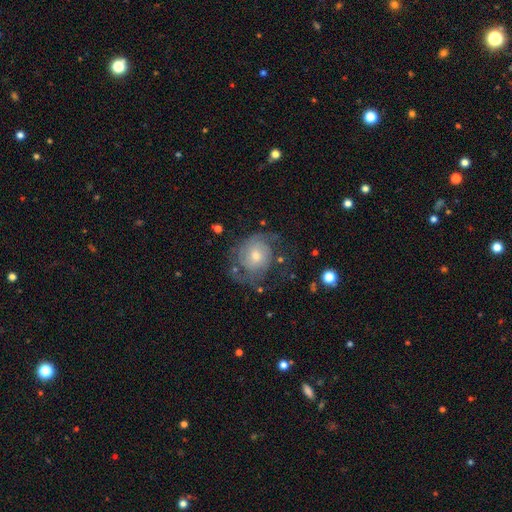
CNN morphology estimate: Smooth or featured: featured or disk — 76% (smooth — 16%)
Edge-on disk: no — 97% (yes — 3%)
Bar: no — 73% (weak — 23%)
Spiral arms: yes — 90% (no — 10%)
Spiral winding: tight — 51% (medium — 35%)
Spiral arm count: 2 — 50% (can't tell — 27%)
Bulge size: moderate — 52% (small — 42%)
Merging: none — 61% (minor disturbance — 20%)